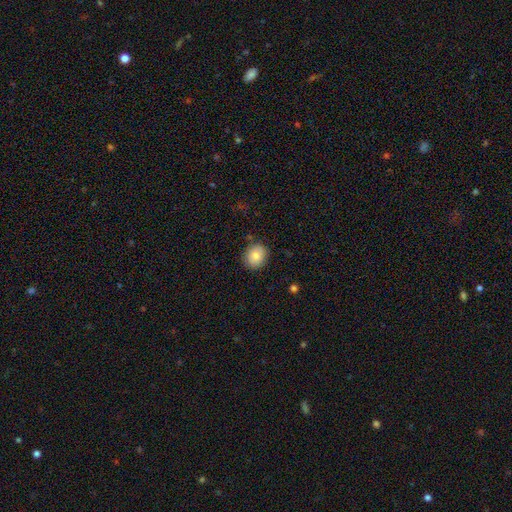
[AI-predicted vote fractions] smooth_or_featured: smooth (p=0.81) [alt: featured or disk p=0.10]
how_rounded: round (p=0.64) [alt: in between p=0.36]
merging: none (p=0.85) [alt: minor disturbance p=0.11]